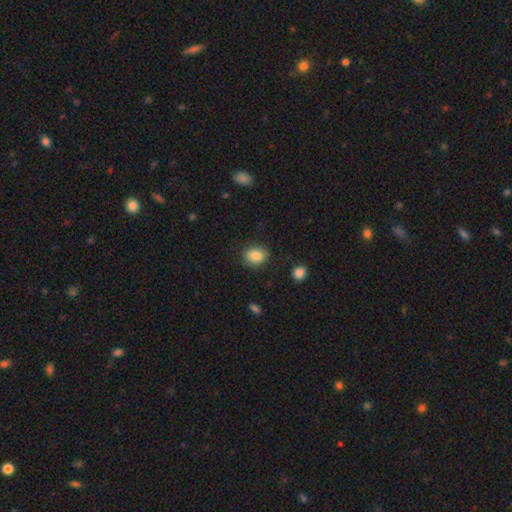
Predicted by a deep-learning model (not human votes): The model was most divided on "how rounded": in between: 56%, round: 43%, cigar-shaped: 1%. More confident: smooth or featured — smooth (87%); merging — none (82%).